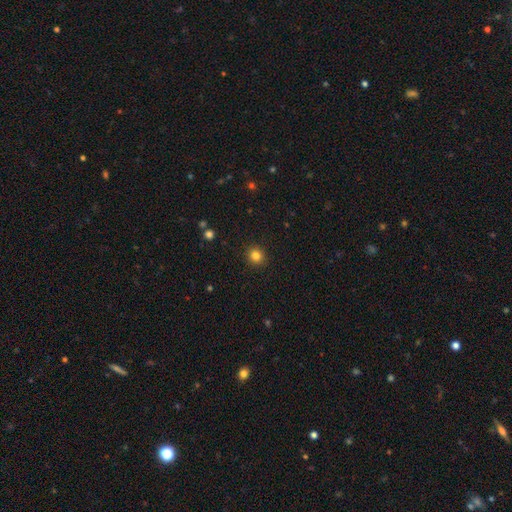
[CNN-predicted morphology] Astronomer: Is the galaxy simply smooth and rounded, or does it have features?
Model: smooth — 83%.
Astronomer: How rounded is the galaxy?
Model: round — 88%.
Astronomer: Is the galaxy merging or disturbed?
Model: none — 91%.